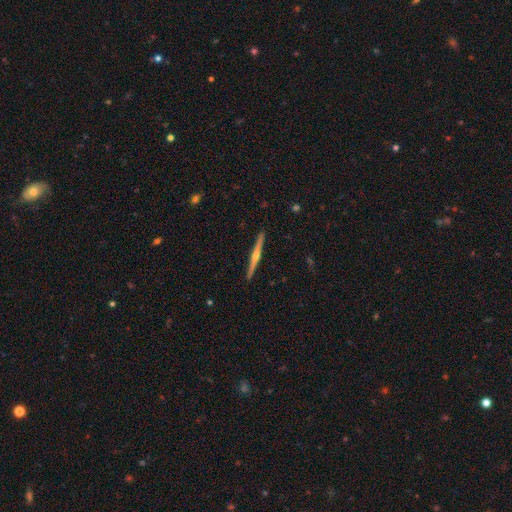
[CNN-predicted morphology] This is clearly a featured or disk galaxy (81%). It is clearly viewed edge-on (99%). Edge-on bulge: clearly rounded (87%). Merging: clearly none (93%).